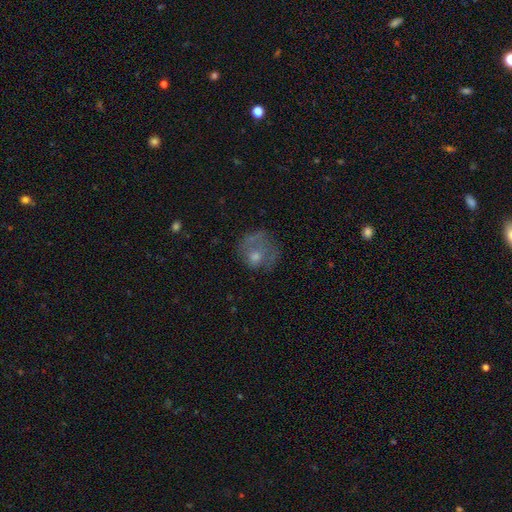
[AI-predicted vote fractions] Q: Smooth or featured?
A: smooth (48%); runner-up: featured or disk (38%)
Q: Merging?
A: none (46%); runner-up: major disturbance (27%)